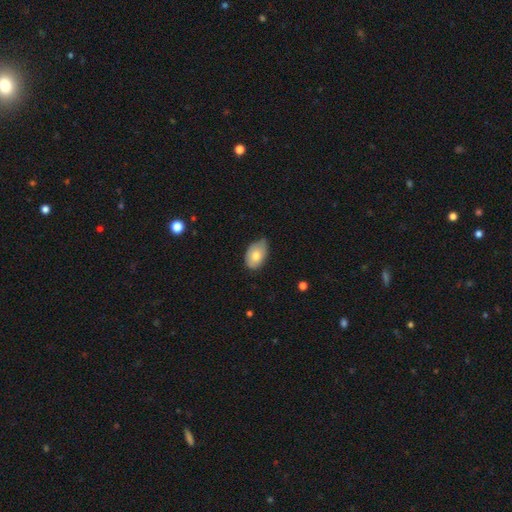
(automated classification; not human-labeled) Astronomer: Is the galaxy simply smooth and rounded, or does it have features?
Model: smooth — 76%.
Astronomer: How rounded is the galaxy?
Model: in between — 89%.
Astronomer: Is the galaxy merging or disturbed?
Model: none — 52% (runner-up: minor disturbance, 41%).